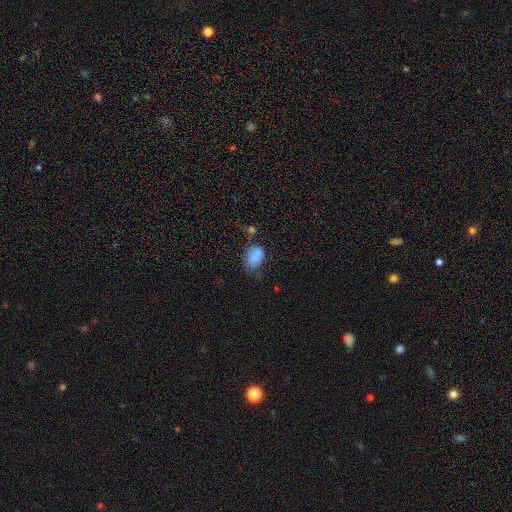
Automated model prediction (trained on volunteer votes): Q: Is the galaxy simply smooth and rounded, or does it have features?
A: smooth — 79%.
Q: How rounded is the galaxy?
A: in between — 81%.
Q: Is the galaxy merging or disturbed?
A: none — 41%.